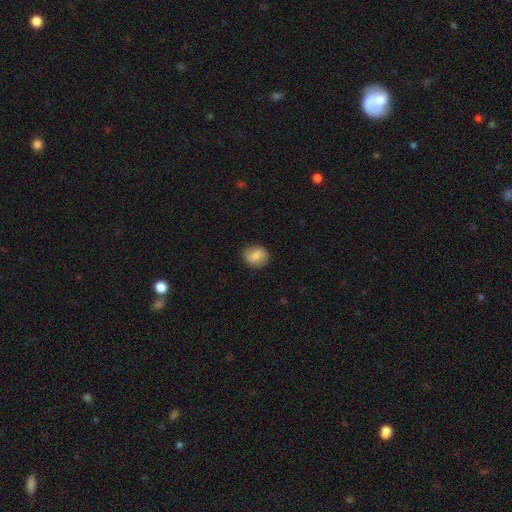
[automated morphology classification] smooth_or_featured: smooth (p=0.80) [alt: featured or disk p=0.12]
how_rounded: round (p=0.70) [alt: in between p=0.29]
merging: none (p=0.84) [alt: minor disturbance p=0.12]